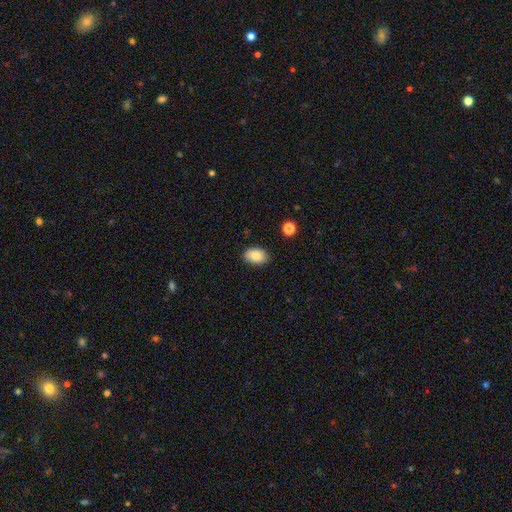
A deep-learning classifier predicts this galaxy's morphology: smooth 86%, star or artifact 8%, featured or disk 6%. Down the decision tree: how rounded — in between (88%); merging — none (84%).